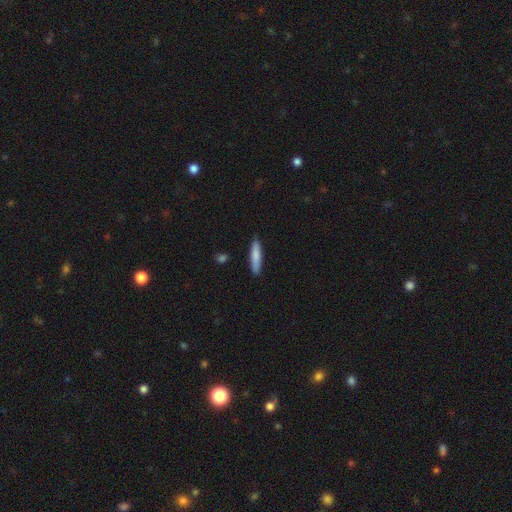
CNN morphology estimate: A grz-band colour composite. It shows a smooth galaxy with no disk features (80%) that is cigar-shaped (84%). Merging: none (88%).